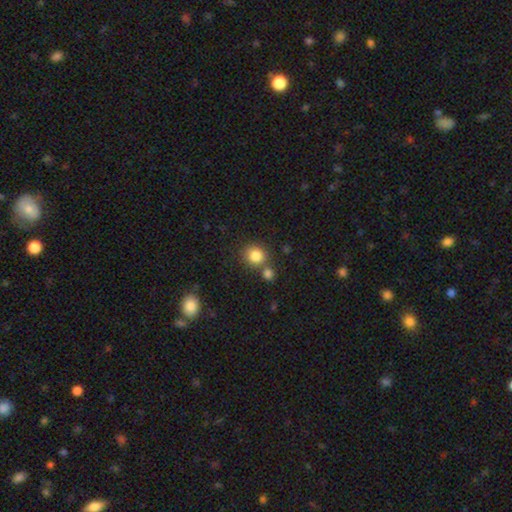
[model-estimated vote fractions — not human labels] Q: Smooth or featured?
A: smooth (84%); runner-up: star or artifact (10%)
Q: How rounded?
A: round (87%); runner-up: in between (12%)
Q: Merging?
A: none (67%); runner-up: merger (20%)